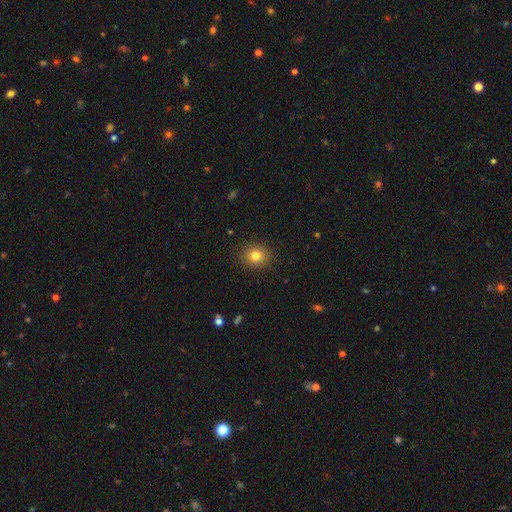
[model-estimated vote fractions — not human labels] The model was most divided on "how rounded": round: 74%, in between: 25%, cigar-shaped: 1%. More confident: merging — none (89%); smooth or featured — smooth (81%).